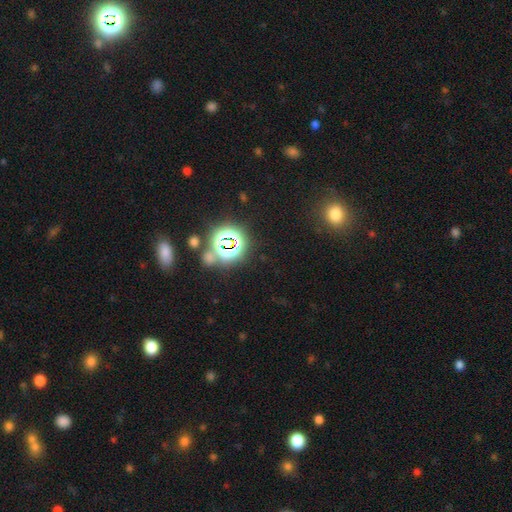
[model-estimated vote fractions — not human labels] Overall: star or artifact (74%).